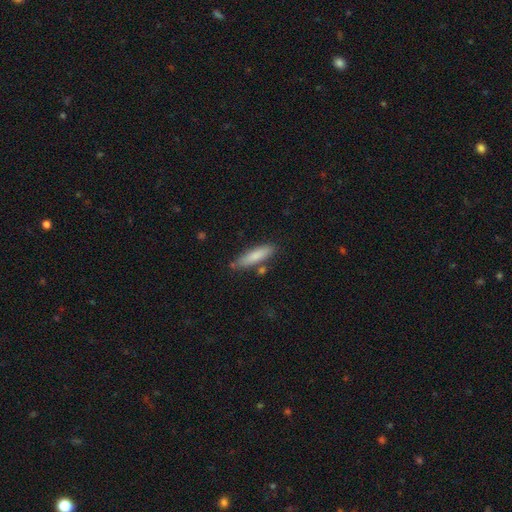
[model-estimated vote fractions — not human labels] Smooth or featured?
  - smooth: 81% *
  - featured or disk: 13%
  - star or artifact: 6%
How rounded?
  - cigar-shaped: 74% *
  - in between: 25%
  - round: 1%
Merging?
  - none: 78% *
  - minor disturbance: 13%
  - merger: 6%
  - major disturbance: 3%